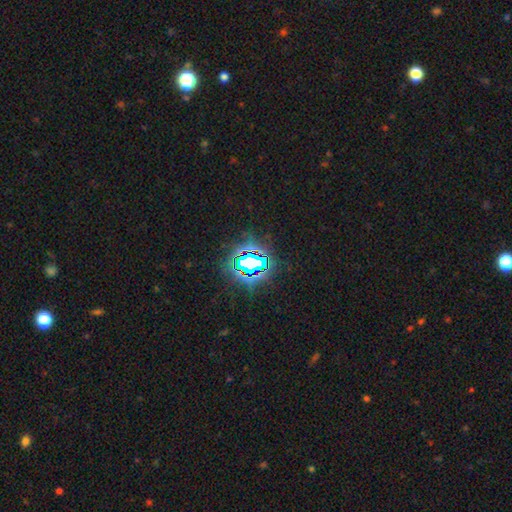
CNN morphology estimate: The model was most divided on "smooth or featured": star or artifact: 80%, smooth: 12%, featured or disk: 8%.